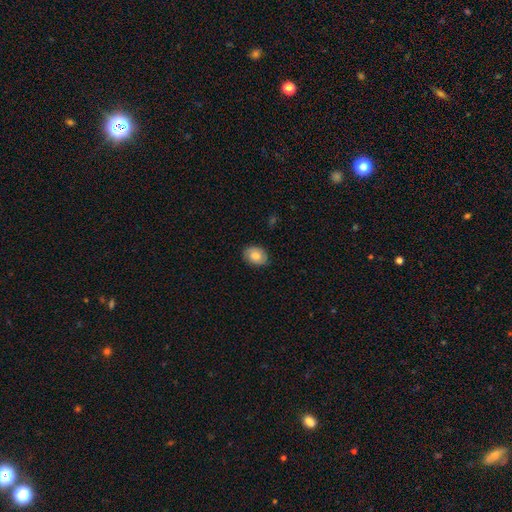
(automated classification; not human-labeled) smooth-or-featured: smooth: 71% | featured or disk: 21% | star or artifact: 8%
  how-rounded: in between: 66% | round: 33% | cigar-shaped: 1%
  merging: none: 84% | minor disturbance: 13% | major disturbance: 3% | merger: 1%